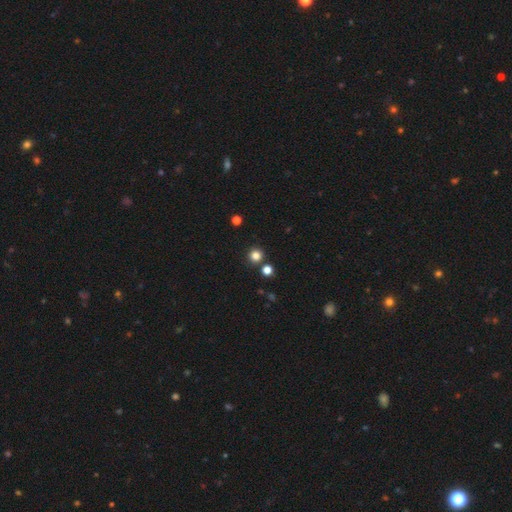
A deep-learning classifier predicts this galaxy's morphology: This is clearly a smooth galaxy (81%). How rounded: clearly round (94%). Merging: clearly none (86%).